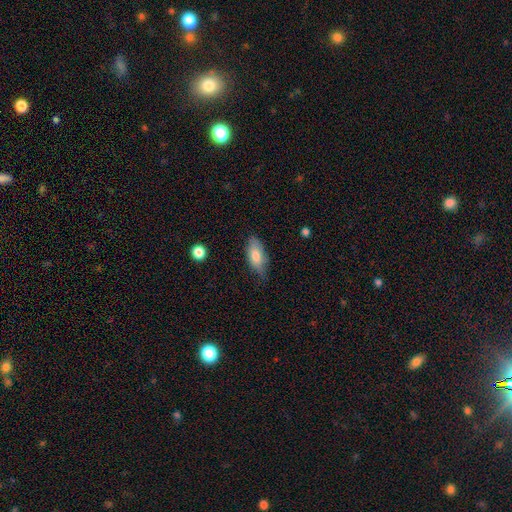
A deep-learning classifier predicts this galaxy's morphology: Overall: smooth (75%). How rounded: in between (84%). Merging: none (66%; minor disturbance 28%).